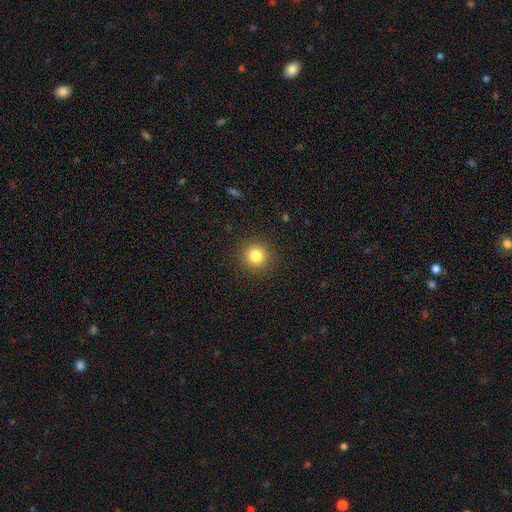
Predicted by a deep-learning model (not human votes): Smooth or featured? Predicted: smooth (p=0.81). How rounded? Predicted: round (p=0.94). Merging? Predicted: none (p=0.91).